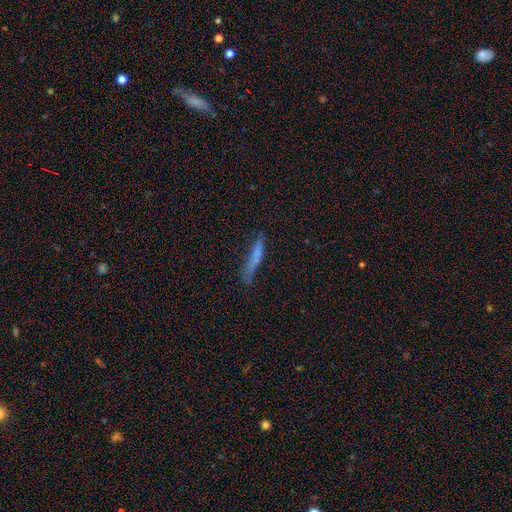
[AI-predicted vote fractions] Overall: smooth (66%). How rounded: cigar-shaped (91%). Merging: none (61%; minor disturbance 24%).